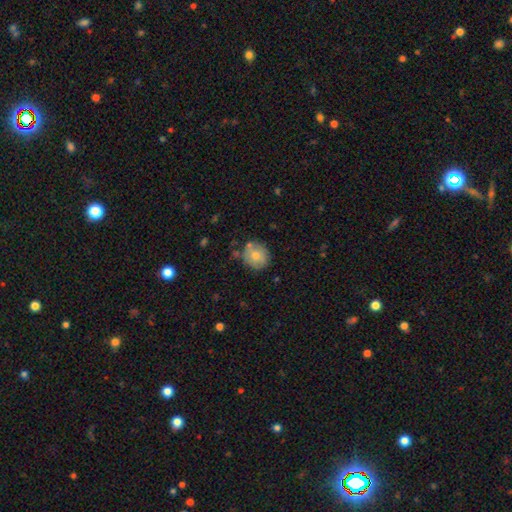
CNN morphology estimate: A smooth galaxy with no disk features (71%) that is round (83%).

Vote fractions:
- Smooth or featured? smooth: 71% / featured or disk: 21% / star or artifact: 8%
- How rounded? round: 83% / in between: 16% / cigar-shaped: 1%
- Merging? none: 72% / minor disturbance: 17% / merger: 6% / major disturbance: 4%